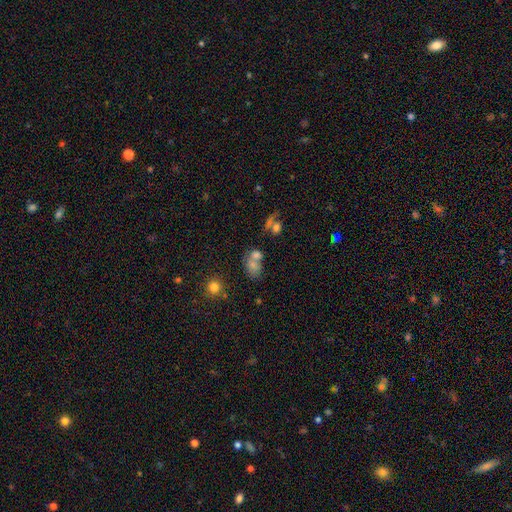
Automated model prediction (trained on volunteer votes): Overall: smooth (68%). How rounded: in between (72%). Merging: merger (50%; none 30%).